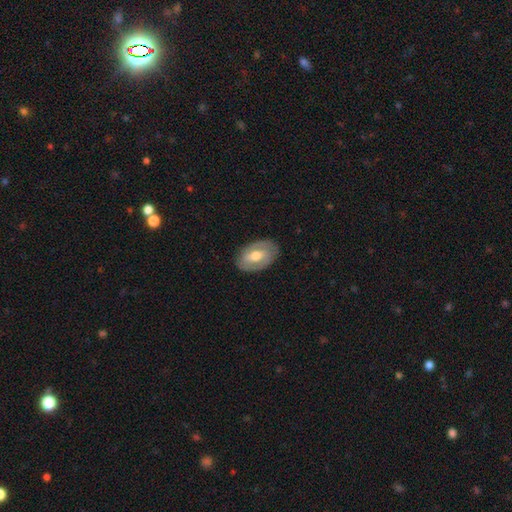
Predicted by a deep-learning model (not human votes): This appears to be a featured or disk galaxy (57%) with a weak bar (42%), no spiral arms (52%) and a moderate central bulge (72%). Merging: none (82%).